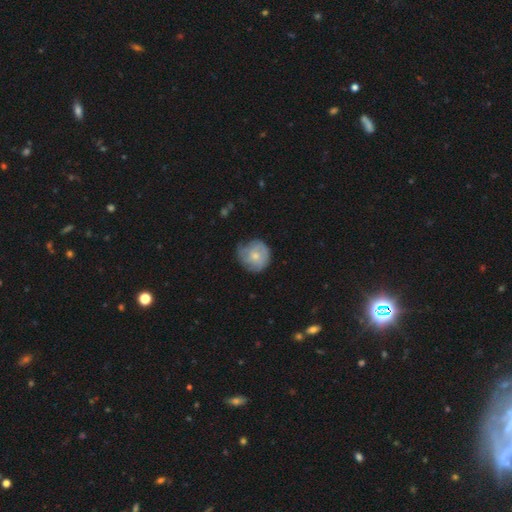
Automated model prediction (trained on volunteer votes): The model was most divided on "smooth or featured": smooth: 52%, featured or disk: 41%, star or artifact: 7%. More confident: how rounded — round (88%); merging — none (59%).